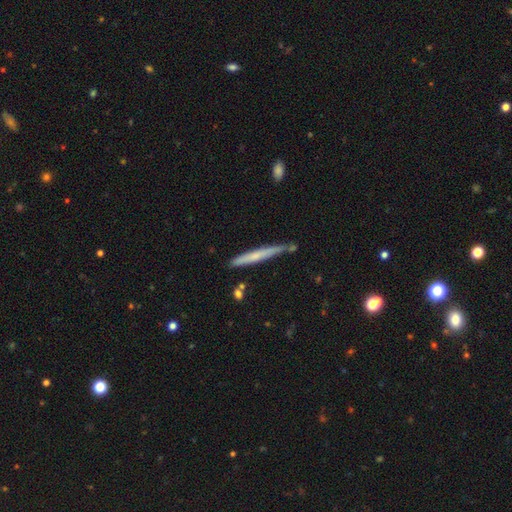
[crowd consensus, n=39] Smooth or featured: featured or disk — 49% (smooth — 44%)
Edge-on disk: yes — 100%
Edge-on bulge: none — 74% (rounded — 26%)
Merging: none — 83% (minor disturbance — 11%)